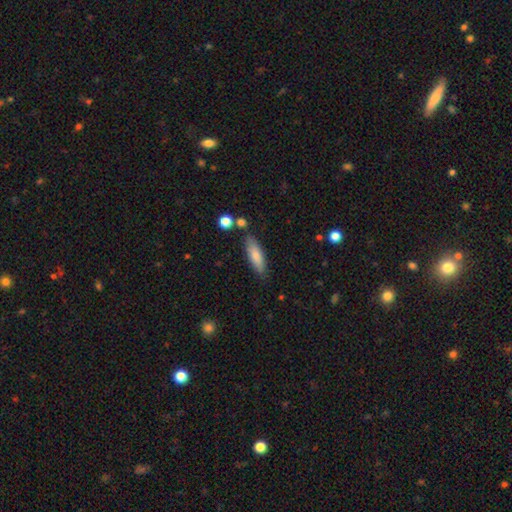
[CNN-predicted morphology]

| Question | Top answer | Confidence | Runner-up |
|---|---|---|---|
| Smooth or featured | smooth | 77% | featured or disk (17%) |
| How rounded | cigar-shaped | 49% | tied: in between (49%) |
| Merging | none | 79% | minor disturbance (14%) |